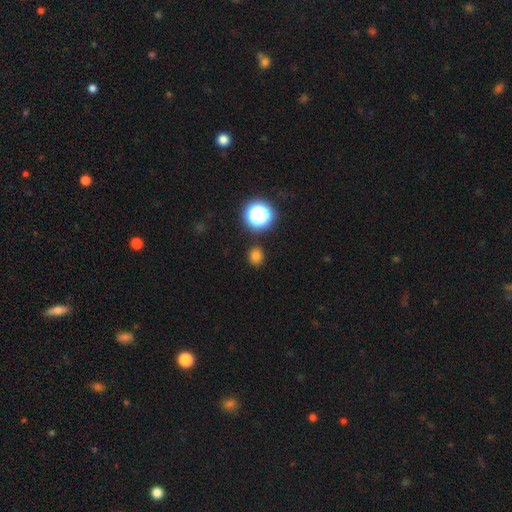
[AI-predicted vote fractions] Smooth or featured? Predicted: smooth (p=0.76). How rounded? Predicted: round (p=0.79). Merging? Predicted: none (p=0.87).